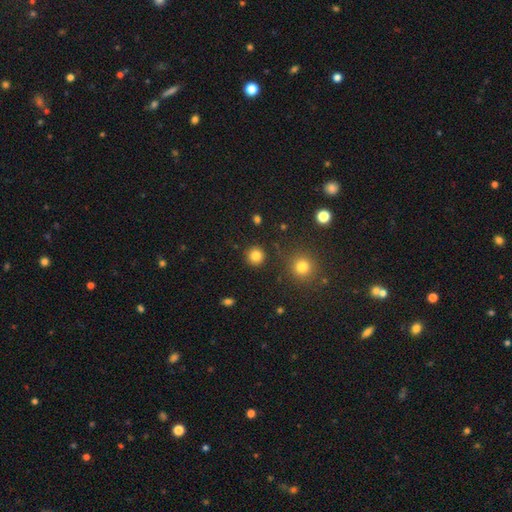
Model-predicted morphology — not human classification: This is clearly a smooth galaxy (83%). How rounded: clearly round (94%). Merging: clearly none (90%).